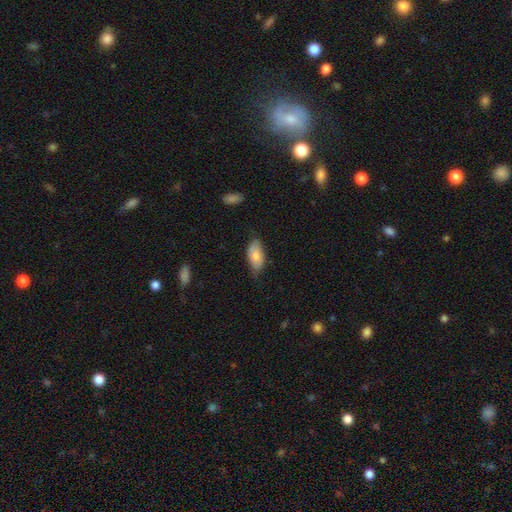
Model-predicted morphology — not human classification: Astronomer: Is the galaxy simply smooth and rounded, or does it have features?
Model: smooth — 78%.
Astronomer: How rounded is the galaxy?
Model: in between — 93%.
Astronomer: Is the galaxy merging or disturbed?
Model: none — 64%.